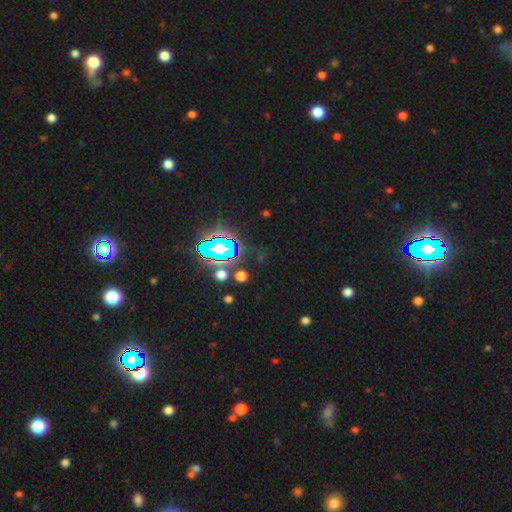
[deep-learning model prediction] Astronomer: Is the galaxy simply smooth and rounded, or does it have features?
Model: star or artifact — 81%.